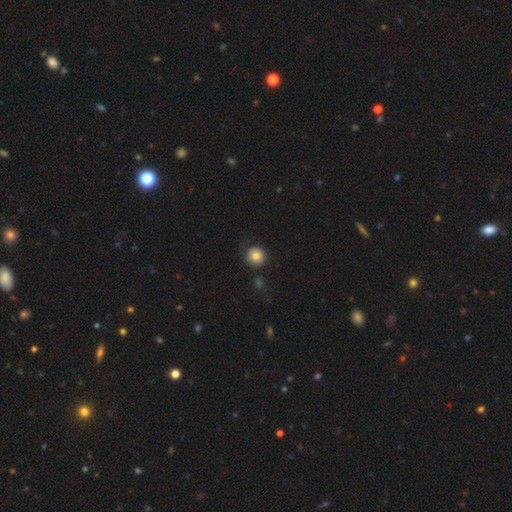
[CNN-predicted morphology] type=smooth (81%); roundness=round (91%); merging=none (68%).